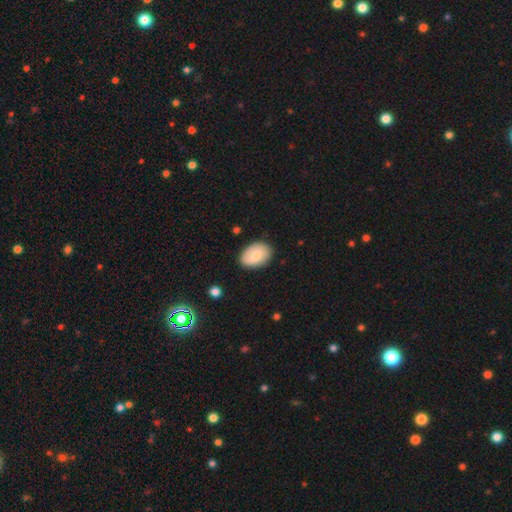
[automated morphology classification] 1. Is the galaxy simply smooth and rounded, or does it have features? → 67% smooth, 27% featured or disk, 6% star or artifact.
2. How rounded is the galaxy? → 84% in between, 15% round, 1% cigar-shaped.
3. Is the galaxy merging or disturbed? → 84% none, 12% minor disturbance, 3% major disturbance, 1% merger.